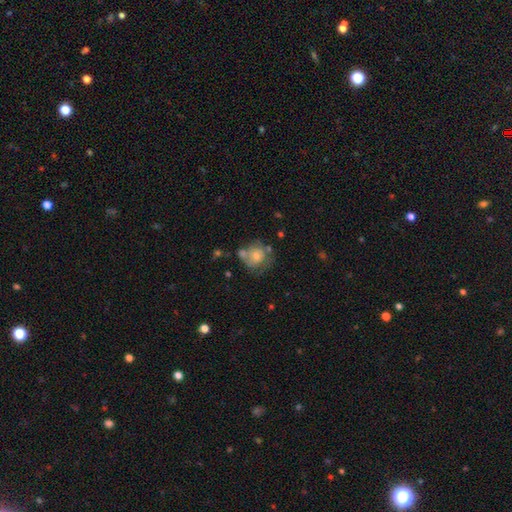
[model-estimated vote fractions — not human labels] A smooth galaxy with no disk features (46%, tied with featured or disk).

Vote fractions:
- Smooth or featured? smooth: 46% (tied) / featured or disk: 46% (tied) / star or artifact: 8%
- Merging? none: 40% / minor disturbance: 24% / merger: 19% / major disturbance: 17%